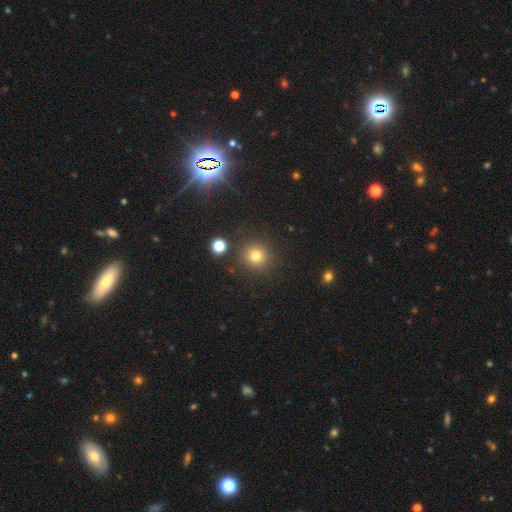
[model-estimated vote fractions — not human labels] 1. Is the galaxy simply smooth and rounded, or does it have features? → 76% smooth, 17% star or artifact, 7% featured or disk.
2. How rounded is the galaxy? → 92% round, 7% in between, 1% cigar-shaped.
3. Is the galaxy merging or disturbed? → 87% none, 7% minor disturbance, 3% merger, 3% major disturbance.